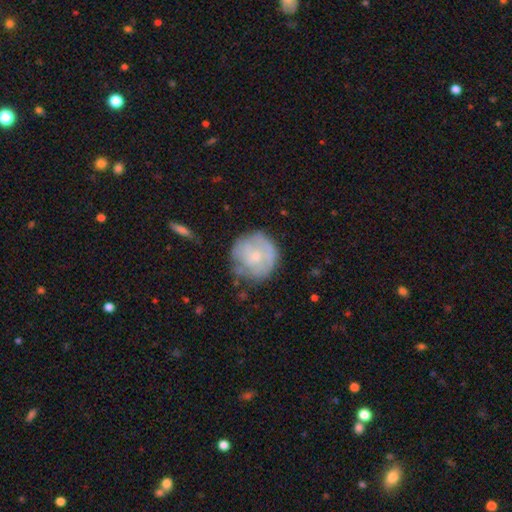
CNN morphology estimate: A smooth galaxy with no disk features (47%).

Vote fractions:
- Smooth or featured? smooth: 47% / featured or disk: 46% / star or artifact: 7%
- Merging? none: 66% / minor disturbance: 22% / major disturbance: 9% / merger: 2%